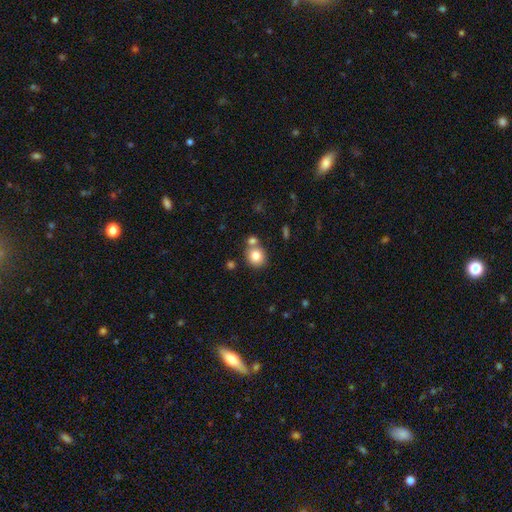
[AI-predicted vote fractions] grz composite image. It shows a smooth galaxy with no disk features (81%) that is round (78%). Merging: none (62%).